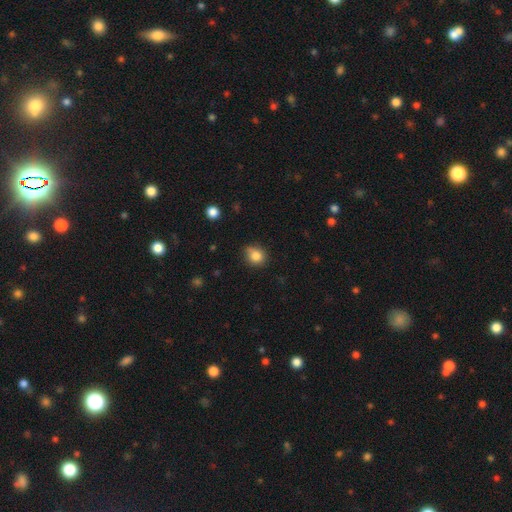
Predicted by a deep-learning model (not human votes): smooth_or_featured: smooth (p=0.83) [alt: star or artifact p=0.11]
how_rounded: round (p=0.72) [alt: in between p=0.27]
merging: none (p=0.68) [alt: minor disturbance p=0.25]